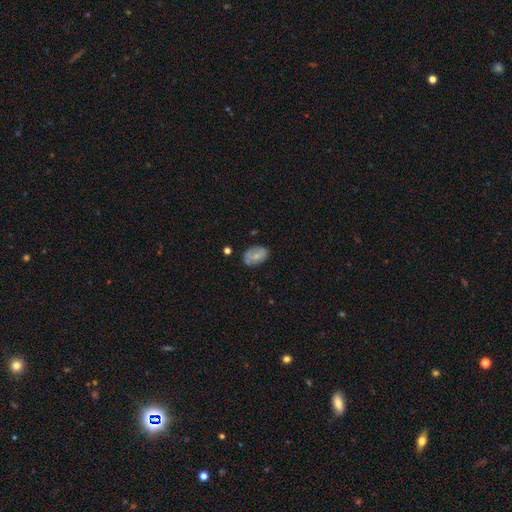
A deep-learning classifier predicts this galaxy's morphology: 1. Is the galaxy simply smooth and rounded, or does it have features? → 66% smooth, 26% featured or disk, 8% star or artifact.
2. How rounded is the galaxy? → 86% in between, 12% round, 1% cigar-shaped.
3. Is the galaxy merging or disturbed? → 63% none, 25% minor disturbance, 8% major disturbance, 4% merger.